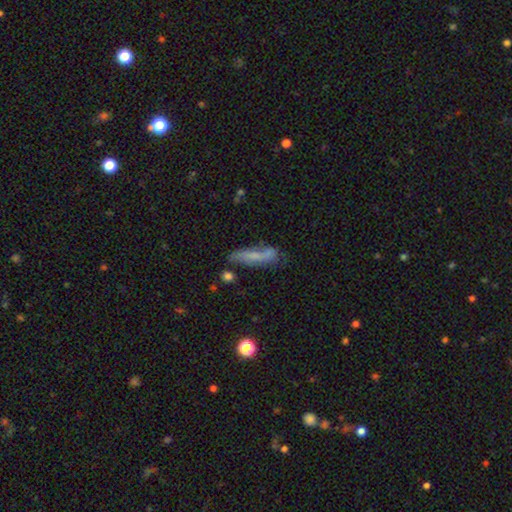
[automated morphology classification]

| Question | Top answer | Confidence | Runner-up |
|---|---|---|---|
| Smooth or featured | smooth | 51% | featured or disk (39%) |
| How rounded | cigar-shaped | 73% | in between (24%) |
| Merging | none | 57% | minor disturbance (25%) |